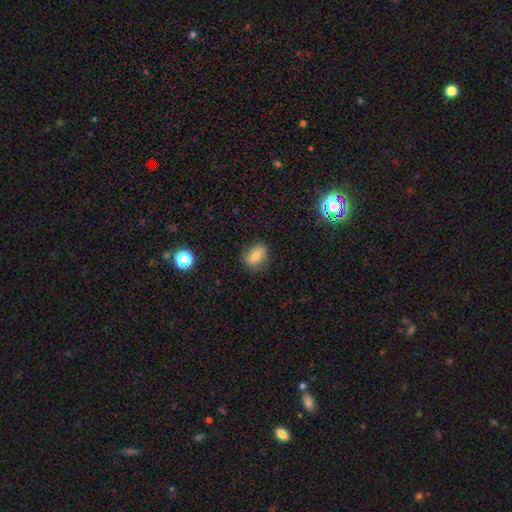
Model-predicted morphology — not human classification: Q: Smooth or featured?
A: smooth (74%); runner-up: featured or disk (15%)
Q: How rounded?
A: in between (73%); runner-up: round (25%)
Q: Merging?
A: none (76%); runner-up: minor disturbance (18%)